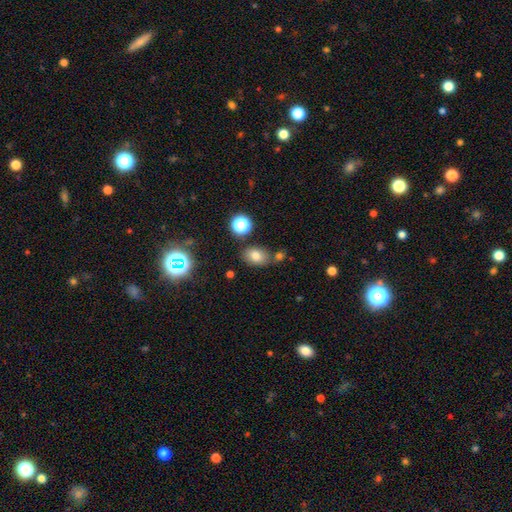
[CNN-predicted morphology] smooth 75%, star or artifact 15%, featured or disk 10%. Down the decision tree: how rounded — in between (74%); merging — none (71%).